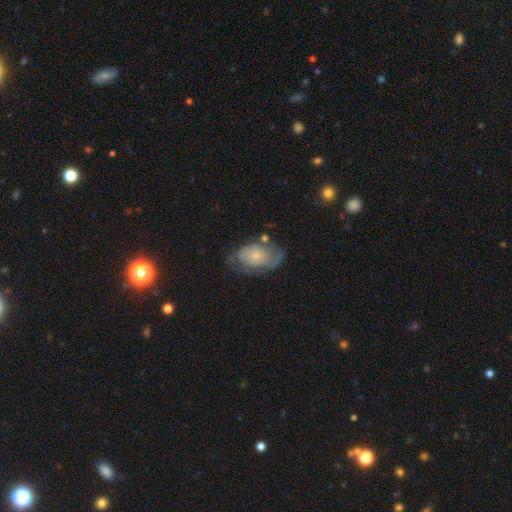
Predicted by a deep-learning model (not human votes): featured or disk 60%, smooth 33%, star or artifact 7%. Down the decision tree: edge-on disk — no (96%); bar — no (82%); spiral arms — yes (72%); bulge size — small (61%); merging — none (48%).